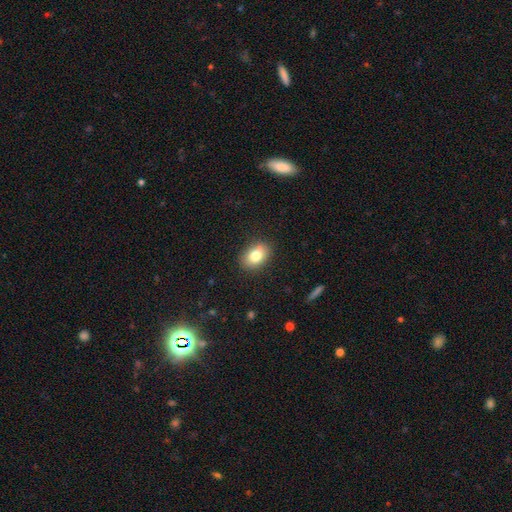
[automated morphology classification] This appears to be a smooth galaxy with no disk features (81%) that is in between round and cigar-shaped (79%). Merging: none (87%).